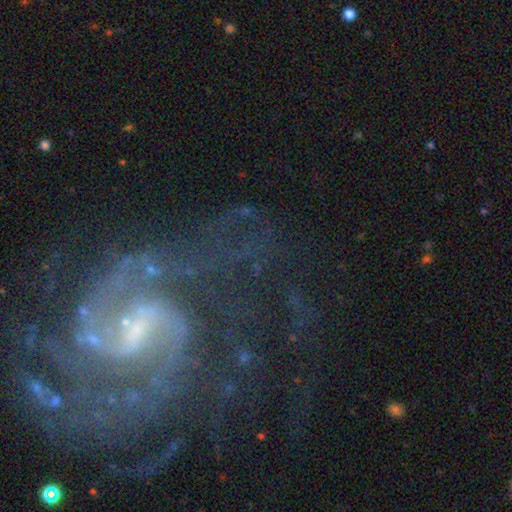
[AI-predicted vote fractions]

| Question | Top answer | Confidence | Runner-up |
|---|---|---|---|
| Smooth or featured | featured or disk | 87% | star or artifact (9%) |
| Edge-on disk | no | 98% | yes (2%) |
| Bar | weak | 54% | strong (27%) |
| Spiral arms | yes | 96% | no (4%) |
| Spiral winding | medium | 51% | tight (28%) |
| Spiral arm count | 2 | 63% | can't tell (14%) |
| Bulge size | small | 60% | moderate (21%) |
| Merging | none | 54% | major disturbance (25%) |